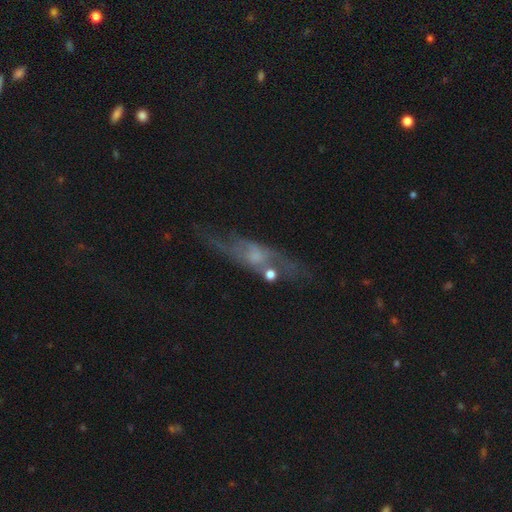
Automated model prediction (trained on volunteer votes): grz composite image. It shows a featured or disk galaxy (64%). Merging: none (59%).